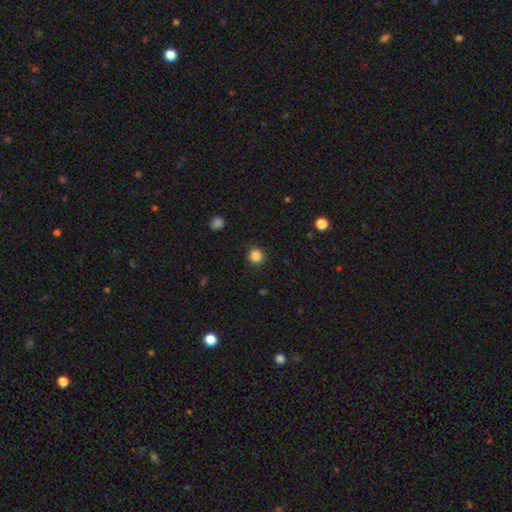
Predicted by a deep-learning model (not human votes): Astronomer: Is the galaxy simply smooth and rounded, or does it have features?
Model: smooth — 86%.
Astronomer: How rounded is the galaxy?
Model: round — 94%.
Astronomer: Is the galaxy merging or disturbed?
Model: none — 90%.